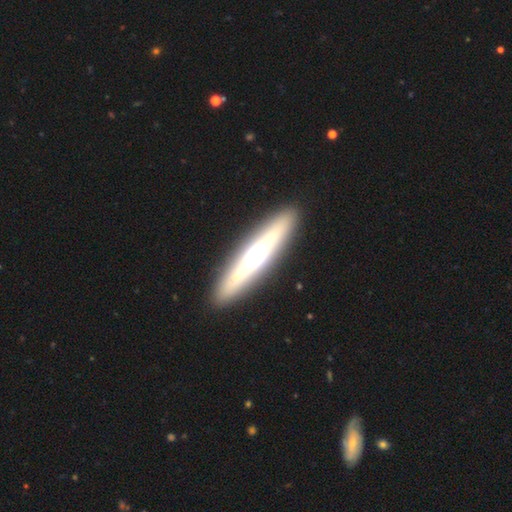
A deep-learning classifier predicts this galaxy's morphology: A featured or disk galaxy (68%) viewed edge-on (91%) with a rounded central bulge (82%). Merging: none (90%).